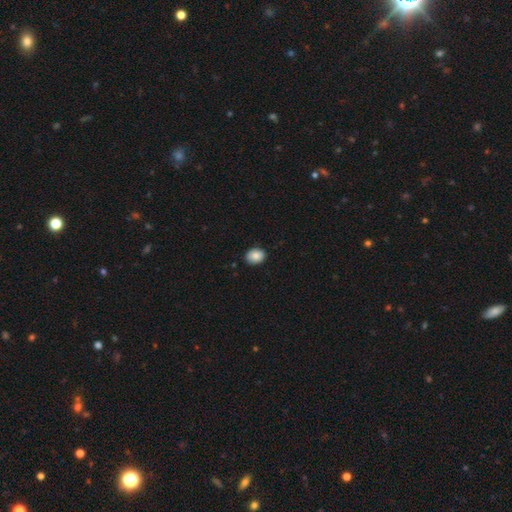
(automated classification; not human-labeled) Smooth or featured? Predicted: smooth (p=0.87). How rounded? Predicted: in between (p=0.59). Merging? Predicted: none (p=0.88).